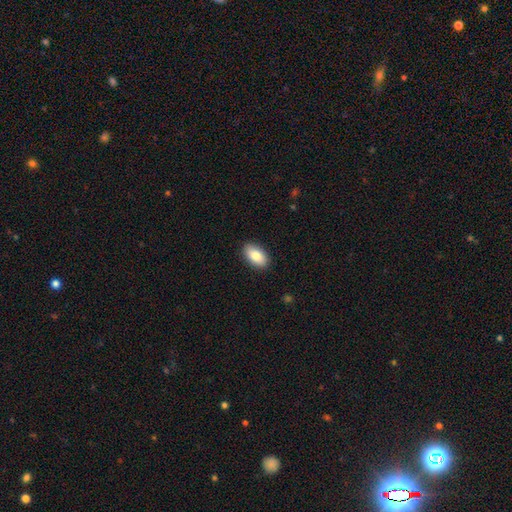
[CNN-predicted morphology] Smooth or featured? Predicted: smooth (p=0.84). How rounded? Predicted: in between (p=0.94). Merging? Predicted: none (p=0.90).